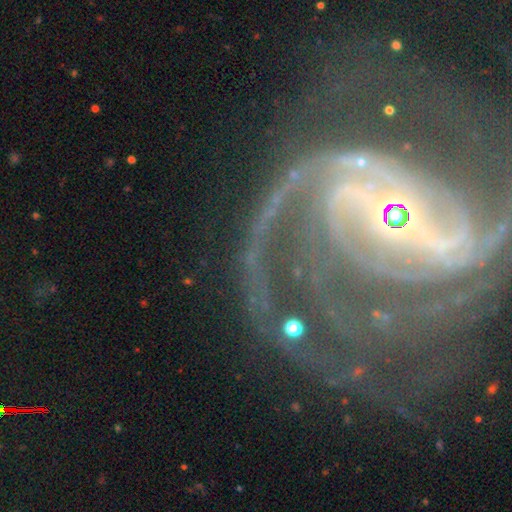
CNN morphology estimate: The model was most divided on "bar" (2-way tie): strong: 35%, no: 35%, weak: 30%. Remaining: edge-on disk — no (94%); spiral arms — yes (94%); smooth or featured — featured or disk (79%); merging — none (65%); spiral winding — tight (51%); bulge size — small (48%); spiral arm count — 2 (40%).